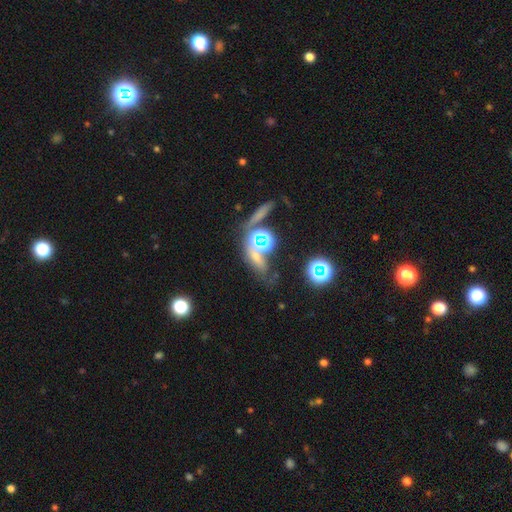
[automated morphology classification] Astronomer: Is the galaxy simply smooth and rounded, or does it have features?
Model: star or artifact — 46% (runner-up: smooth, 35%).